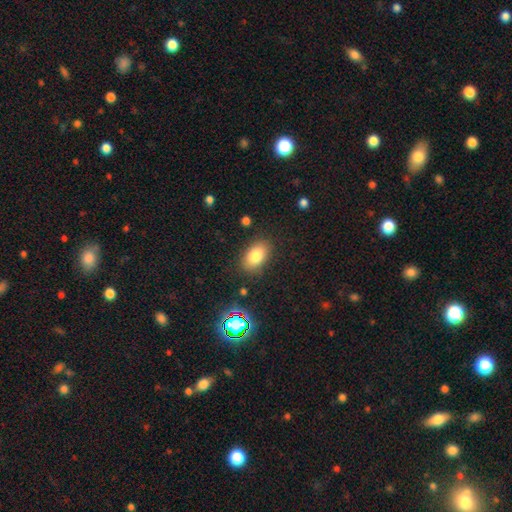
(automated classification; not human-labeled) Smooth or featured?
  - smooth: 80% *
  - star or artifact: 10%
  - featured or disk: 9%
How rounded?
  - in between: 88% *
  - round: 10%
  - cigar-shaped: 2%
Merging?
  - none: 84% *
  - minor disturbance: 11%
  - major disturbance: 3%
  - merger: 2%